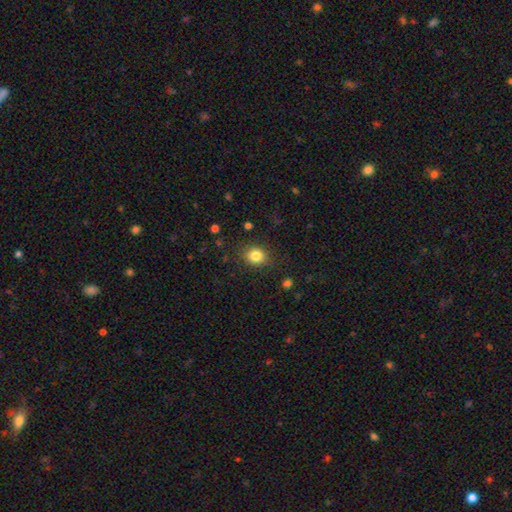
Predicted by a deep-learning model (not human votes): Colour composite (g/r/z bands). It shows a smooth galaxy with no disk features (83%) that is round (60%). Merging: none (84%).